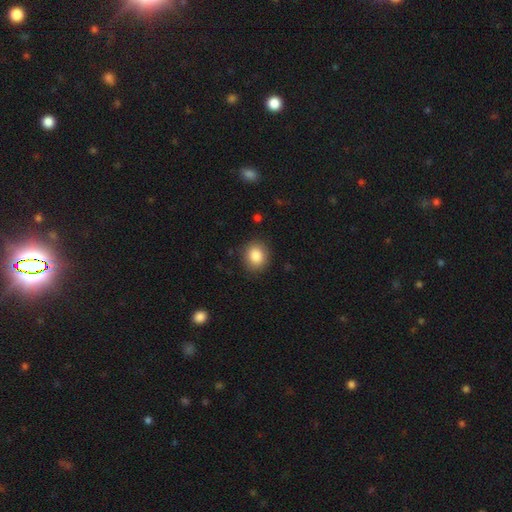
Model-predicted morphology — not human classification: A smooth galaxy with no disk features (85%) that is round (72%). Merging: none (87%).